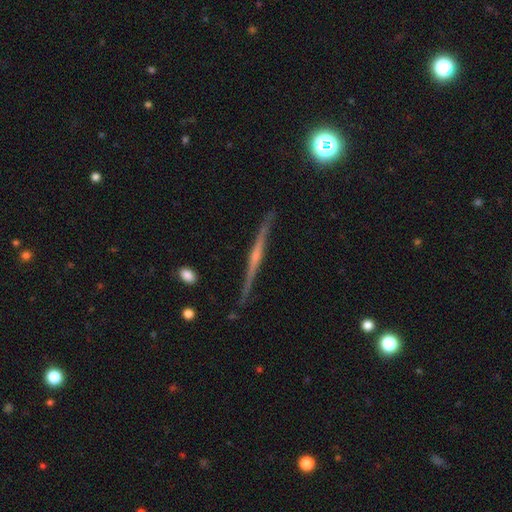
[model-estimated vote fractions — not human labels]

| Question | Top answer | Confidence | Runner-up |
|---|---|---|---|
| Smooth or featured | featured or disk | 78% | smooth (14%) |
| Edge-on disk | yes | 98% | no (2%) |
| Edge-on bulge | rounded | 53% | none (35%) |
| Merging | none | 89% | minor disturbance (8%) |